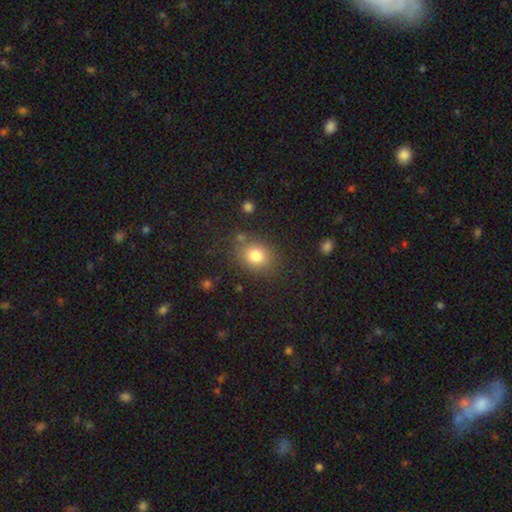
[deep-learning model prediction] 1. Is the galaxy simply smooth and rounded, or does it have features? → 80% smooth, 12% star or artifact, 8% featured or disk.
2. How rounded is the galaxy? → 61% round, 38% in between, 1% cigar-shaped.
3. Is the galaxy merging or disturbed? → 79% none, 12% minor disturbance, 4% major disturbance, 4% merger.